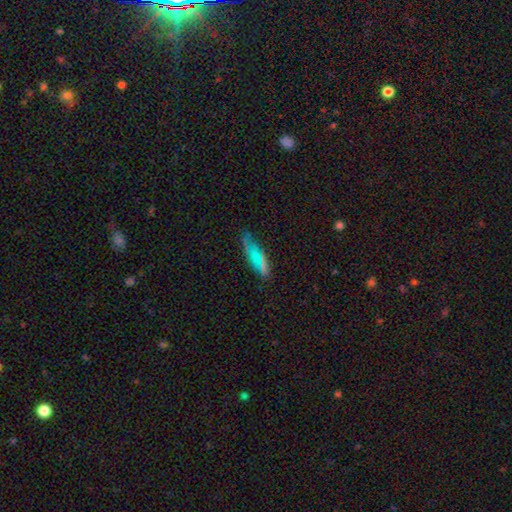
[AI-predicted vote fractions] A smooth galaxy with no disk features (51%) that is cigar-shaped (60%).

Vote fractions:
- Smooth or featured? smooth: 51% / featured or disk: 31% / star or artifact: 18%
- How rounded? cigar-shaped: 60% / in between: 37% / round: 3%
- Merging? none: 56% / minor disturbance: 25% / major disturbance: 14% / merger: 5%